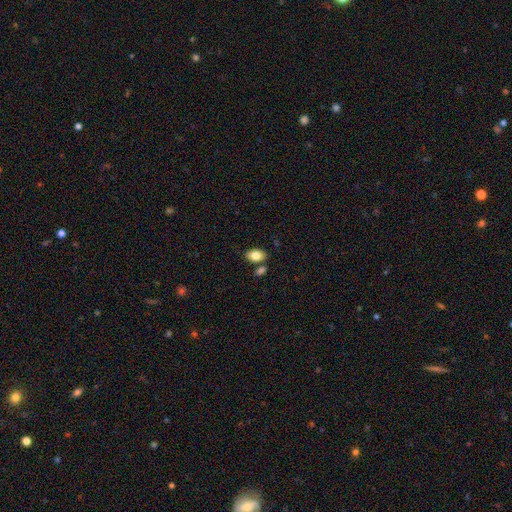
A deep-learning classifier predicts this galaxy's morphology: smooth-or-featured: smooth: 82% | featured or disk: 10% | star or artifact: 8%
  how-rounded: in between: 90% | round: 9% | cigar-shaped: 1%
  merging: none: 75% | merger: 12% | minor disturbance: 11% | major disturbance: 3%